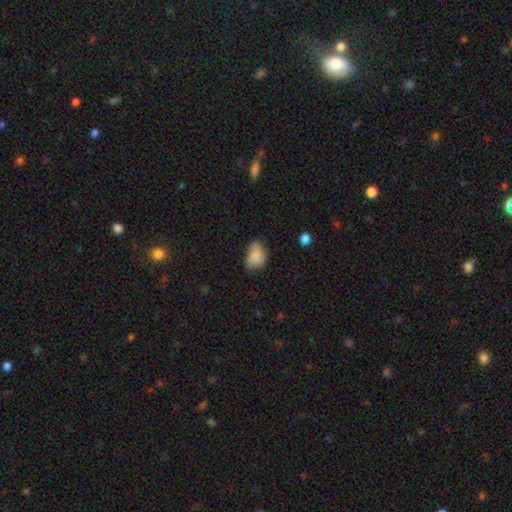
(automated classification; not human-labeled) Q: Smooth or featured?
A: smooth (77%); runner-up: featured or disk (14%)
Q: How rounded?
A: in between (80%); runner-up: round (19%)
Q: Merging?
A: minor disturbance (41%); runner-up: none (37%)